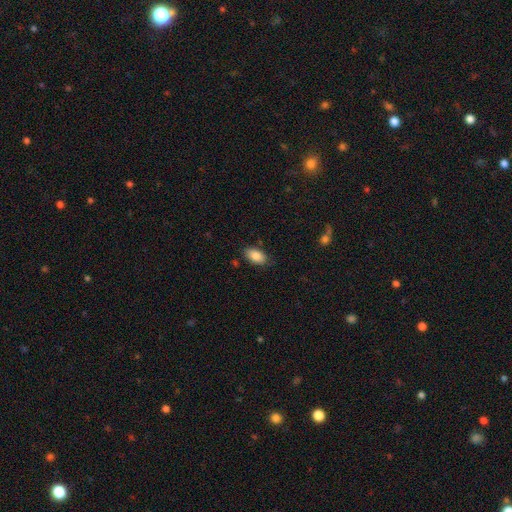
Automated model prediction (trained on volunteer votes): Smooth or featured?
  - smooth: 87% *
  - star or artifact: 7%
  - featured or disk: 6%
How rounded?
  - in between: 93% *
  - round: 5%
  - cigar-shaped: 2%
Merging?
  - none: 84% *
  - minor disturbance: 12%
  - major disturbance: 3%
  - merger: 2%